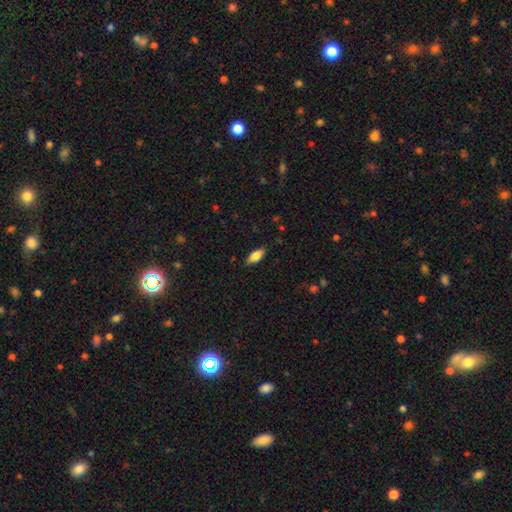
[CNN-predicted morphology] The model was most divided on "how rounded": in between: 83%, cigar-shaped: 15%, round: 2%. More confident: merging — none (85%); smooth or featured — smooth (82%).